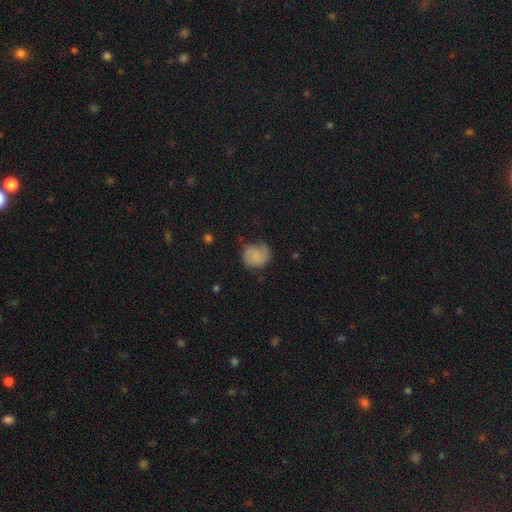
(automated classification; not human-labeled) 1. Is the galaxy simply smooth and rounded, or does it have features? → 74% smooth, 18% featured or disk, 9% star or artifact.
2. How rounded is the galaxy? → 80% round, 20% in between, 1% cigar-shaped.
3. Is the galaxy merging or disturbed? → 54% none, 32% minor disturbance, 12% major disturbance, 2% merger.